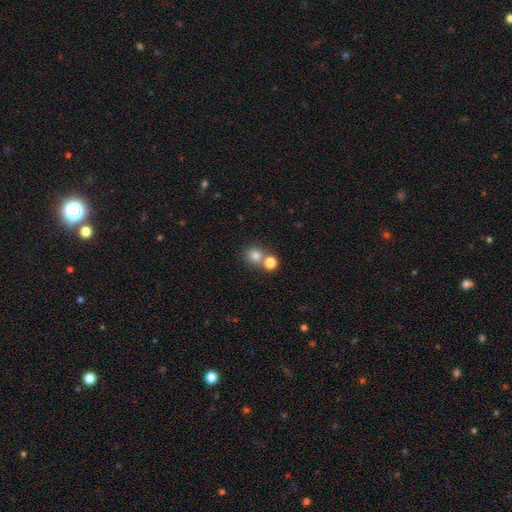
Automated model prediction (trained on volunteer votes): Smooth or featured?
  - smooth: 79% *
  - star or artifact: 13%
  - featured or disk: 8%
How rounded?
  - round: 82% *
  - in between: 17%
  - cigar-shaped: 1%
Merging?
  - none: 55% *
  - merger: 35%
  - minor disturbance: 7%
  - major disturbance: 3%